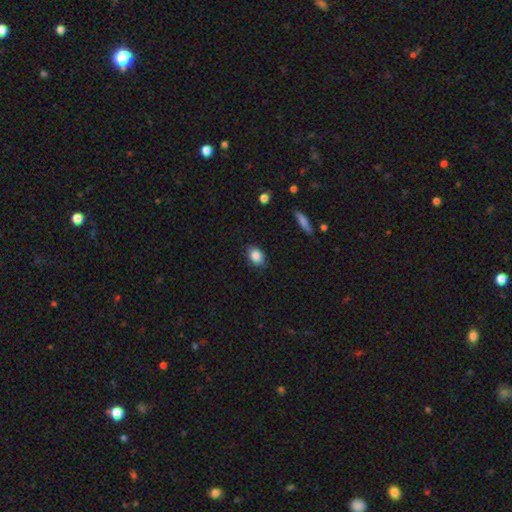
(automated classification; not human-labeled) Morphology: type=smooth (86%); roundness=in between (74%); merging=none (86%).